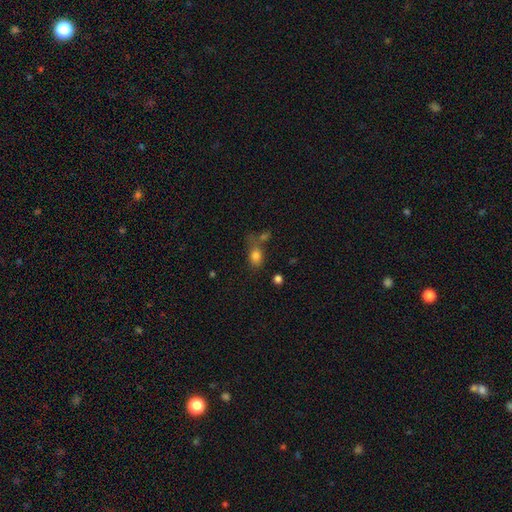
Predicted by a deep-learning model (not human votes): Q: Smooth or featured?
A: smooth (80%); runner-up: star or artifact (12%)
Q: How rounded?
A: in between (69%); runner-up: round (29%)
Q: Merging?
A: none (50%); runner-up: merger (22%)